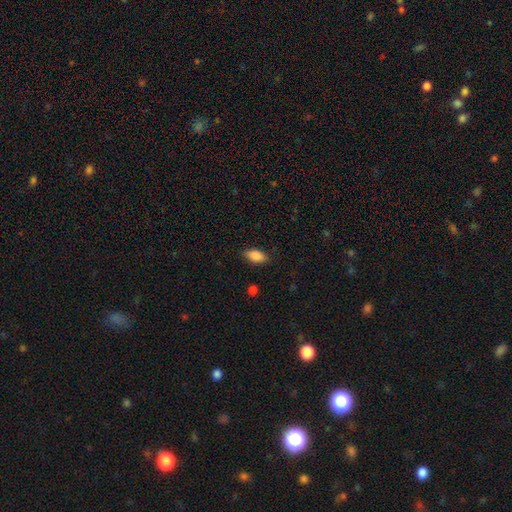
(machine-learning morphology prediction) Smooth or featured? smooth (87%)
How rounded? in between (90%)
Merging? none (84%)